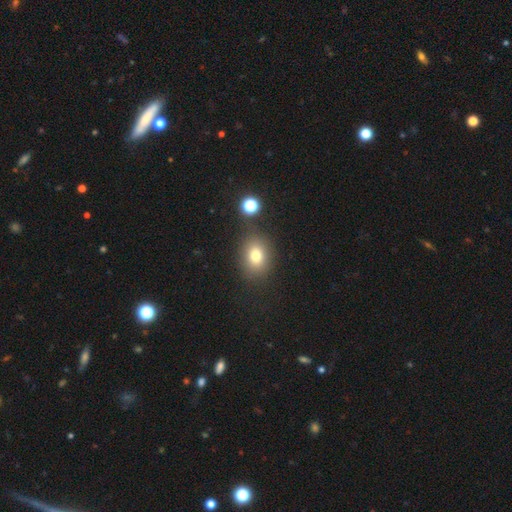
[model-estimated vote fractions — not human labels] This is likely a smooth galaxy (78%). How rounded: possibly in between (56%). Merging: likely none (79%).